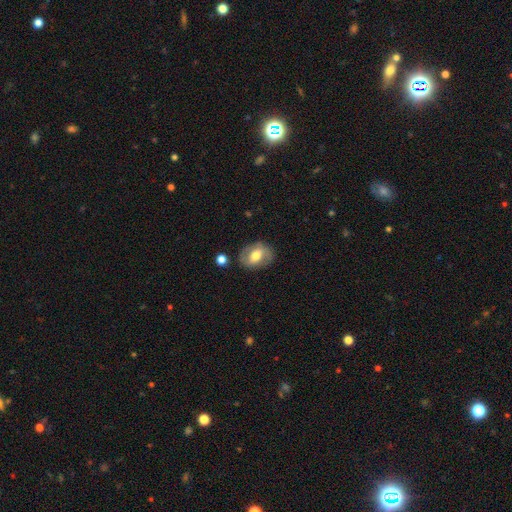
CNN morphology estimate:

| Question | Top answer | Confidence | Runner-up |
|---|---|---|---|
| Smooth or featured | smooth | 49% | featured or disk (43%) |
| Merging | none | 77% | minor disturbance (15%) |